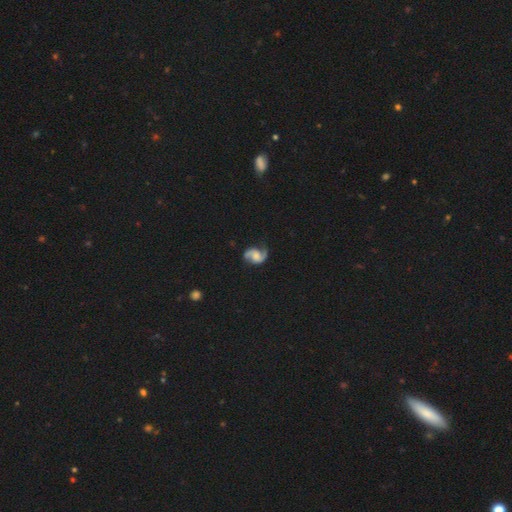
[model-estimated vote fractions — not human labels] Q: Smooth or featured?
A: featured or disk (86%); runner-up: smooth (8%)
Q: Edge-on disk?
A: no (98%); runner-up: yes (2%)
Q: Bar?
A: no (57%); runner-up: weak (35%)
Q: Spiral arms?
A: yes (97%); runner-up: no (3%)
Q: Spiral winding?
A: medium (50%); runner-up: loose (37%)
Q: Spiral arm count?
A: 2 (92%); runner-up: 1 (3%)
Q: Bulge size?
A: moderate (32%); runner-up: none (25%)
Q: Merging?
A: none (76%); runner-up: minor disturbance (16%)